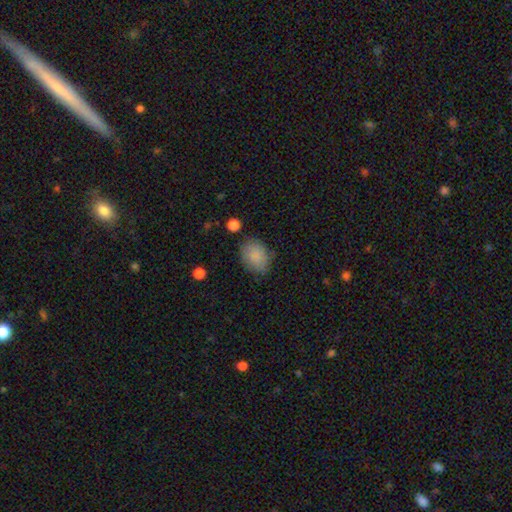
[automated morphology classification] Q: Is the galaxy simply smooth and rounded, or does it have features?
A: smooth — 86%.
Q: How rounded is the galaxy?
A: in between — 69%.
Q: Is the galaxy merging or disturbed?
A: none — 78%.